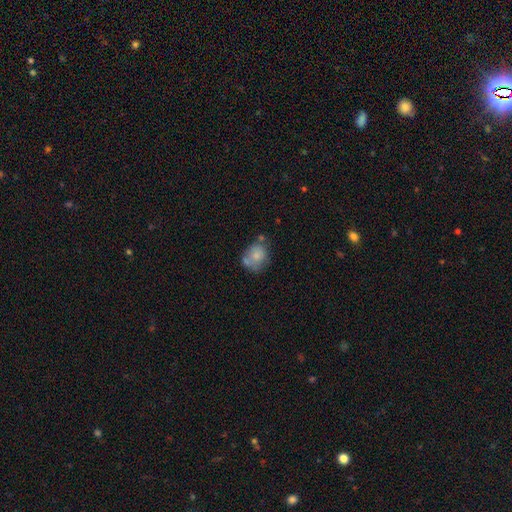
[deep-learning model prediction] Morphology: type=smooth (71%); roundness=round (60%); merging=none (43%).